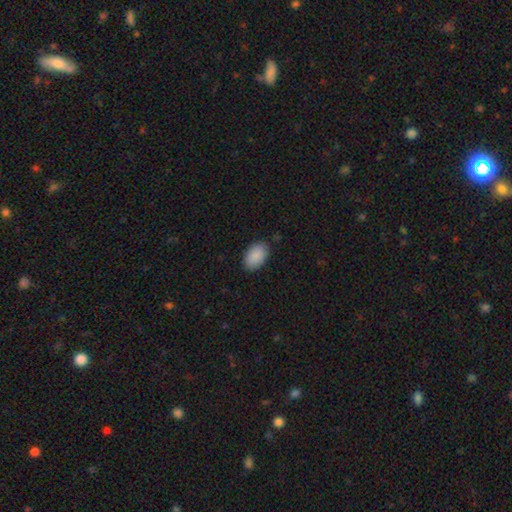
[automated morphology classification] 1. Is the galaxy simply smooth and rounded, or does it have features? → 90% smooth, 6% star or artifact, 4% featured or disk.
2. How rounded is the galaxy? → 92% in between, 7% round, 1% cigar-shaped.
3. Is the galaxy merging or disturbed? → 85% none, 12% minor disturbance, 2% major disturbance, 1% merger.